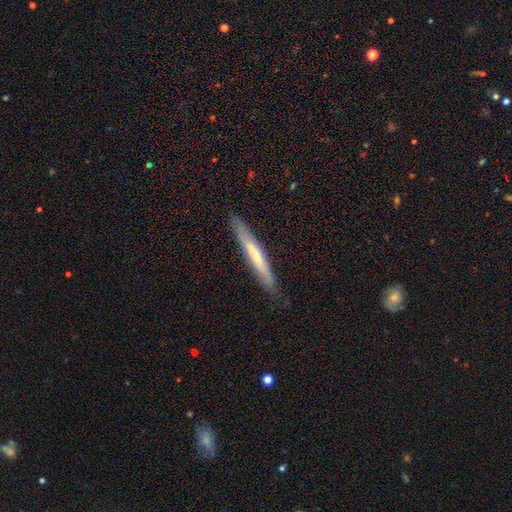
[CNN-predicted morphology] smooth-or-featured: smooth: 49% | featured or disk: 45% | star or artifact: 6%
  merging: none: 85% | minor disturbance: 12% | major disturbance: 2% | merger: 1%